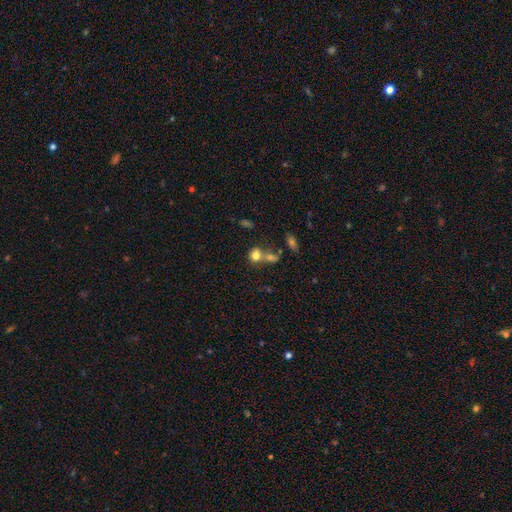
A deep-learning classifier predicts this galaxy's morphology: Overall: smooth (75%). How rounded: round (76%). Merging: merger (47%; none 38%).